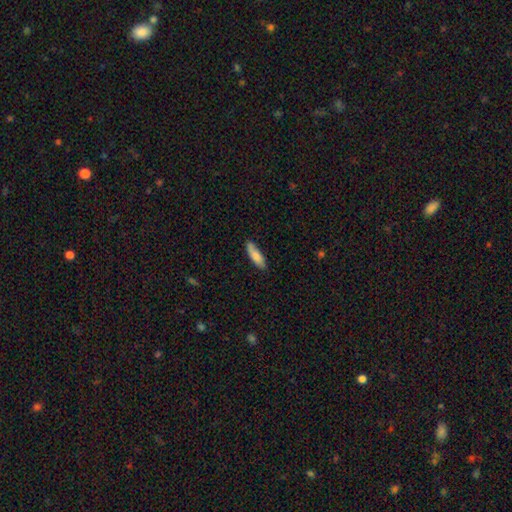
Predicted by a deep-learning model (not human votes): This is clearly a smooth galaxy (82%). How rounded: possibly cigar-shaped (57%). Merging: likely none (76%).